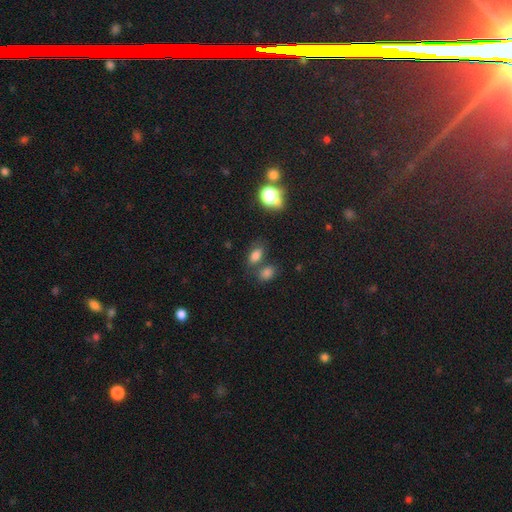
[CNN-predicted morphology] type=smooth (77%); roundness=in between (84%); merging=none (59%).